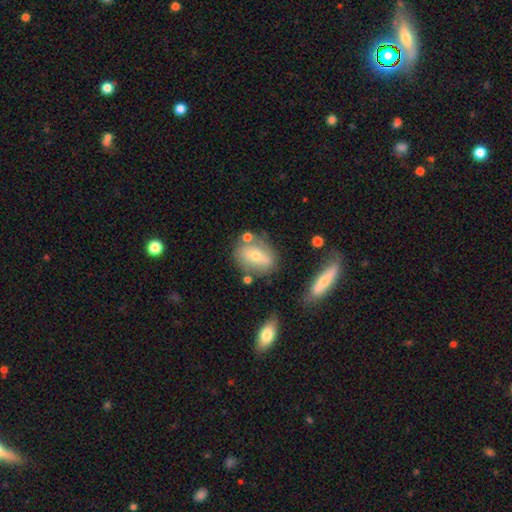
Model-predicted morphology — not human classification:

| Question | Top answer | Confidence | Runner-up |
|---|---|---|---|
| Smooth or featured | smooth | 56% | featured or disk (36%) |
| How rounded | in between | 59% | round (38%) |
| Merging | none | 66% | minor disturbance (16%) |